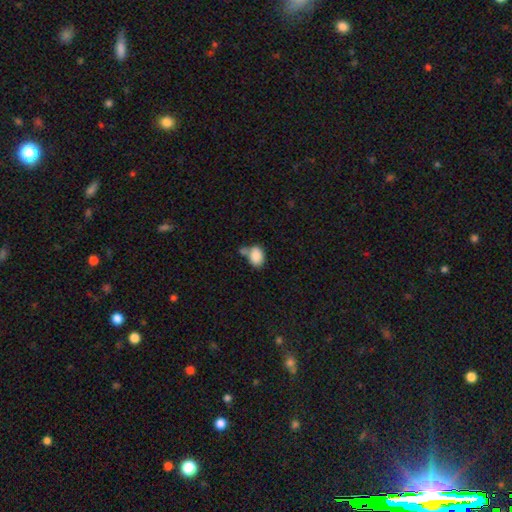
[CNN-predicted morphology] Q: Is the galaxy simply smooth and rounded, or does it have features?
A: smooth — 87%.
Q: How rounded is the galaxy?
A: in between — 76%.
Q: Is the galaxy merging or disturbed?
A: none — 45%.